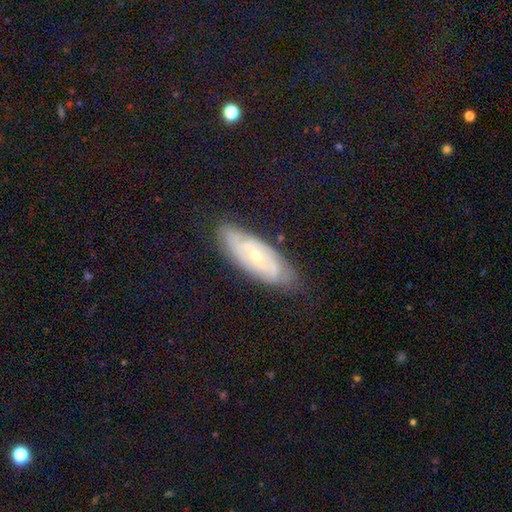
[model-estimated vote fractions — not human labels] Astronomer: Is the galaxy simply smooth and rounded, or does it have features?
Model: featured or disk — 74%.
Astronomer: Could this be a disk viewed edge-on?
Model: no — 85%.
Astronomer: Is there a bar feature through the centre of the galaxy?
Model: no — 57% (runner-up: weak, 34%).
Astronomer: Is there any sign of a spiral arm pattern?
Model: yes — 86%.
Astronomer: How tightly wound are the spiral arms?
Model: tight — 64%.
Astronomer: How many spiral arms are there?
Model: can't tell — 48% (runner-up: 2, 34%).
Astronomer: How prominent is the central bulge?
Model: small — 69%.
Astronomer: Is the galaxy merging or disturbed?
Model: none — 76%.